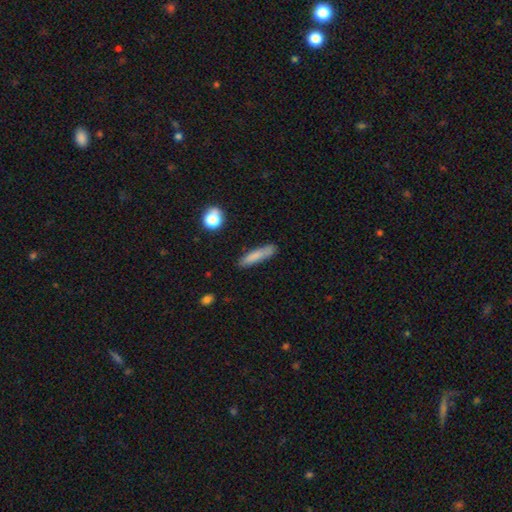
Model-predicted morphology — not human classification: Smooth or featured? smooth (80%)
How rounded? cigar-shaped (83%)
Merging? none (79%)